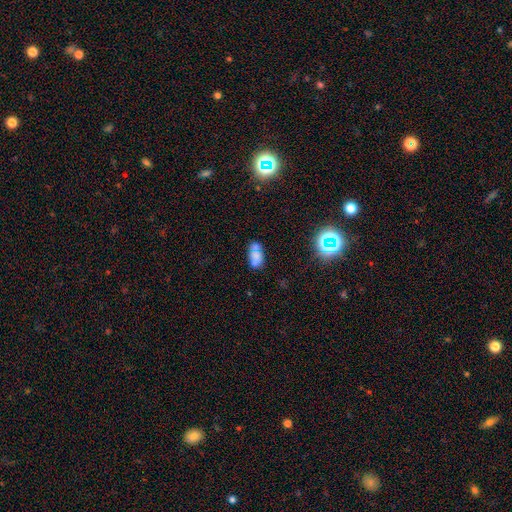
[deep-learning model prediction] A smooth galaxy with no disk features (63%) that is in between round and cigar-shaped (87%). Merging: none (43%).